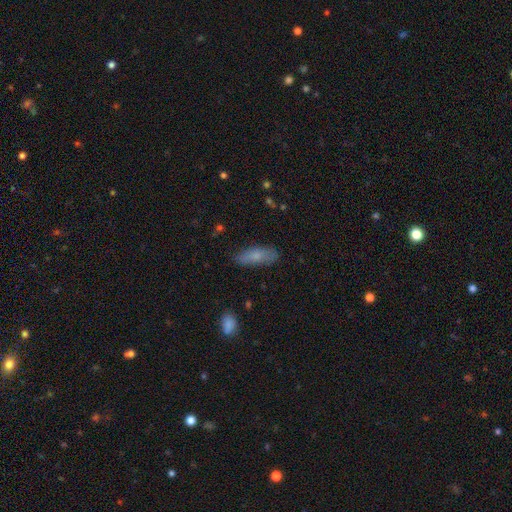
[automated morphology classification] smooth-or-featured: smooth: 75% | featured or disk: 18% | star or artifact: 7%
  how-rounded: in between: 63% | cigar-shaped: 35% | round: 2%
  merging: none: 78% | minor disturbance: 17% | major disturbance: 4% | merger: 2%